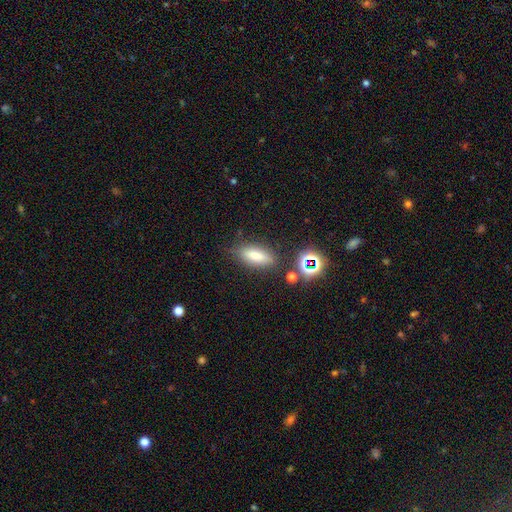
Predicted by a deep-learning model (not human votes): Smooth or featured?
  - smooth: 76% *
  - star or artifact: 12%
  - featured or disk: 12%
How rounded?
  - in between: 64% *
  - cigar-shaped: 33%
  - round: 4%
Merging?
  - none: 79% *
  - minor disturbance: 13%
  - merger: 4%
  - major disturbance: 4%